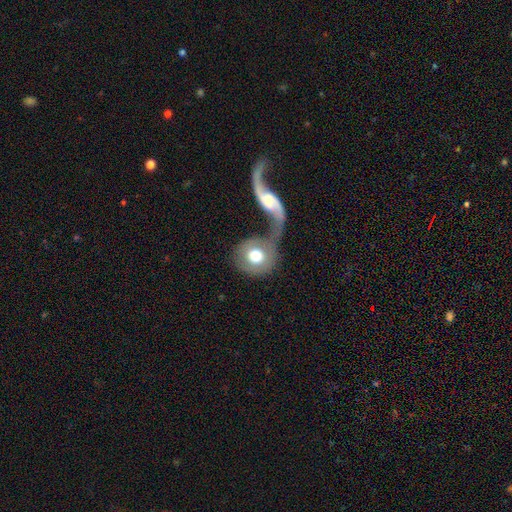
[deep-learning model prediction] This is likely a smooth galaxy (65%). How rounded: clearly round (81%). Merging: possibly merger (46%).